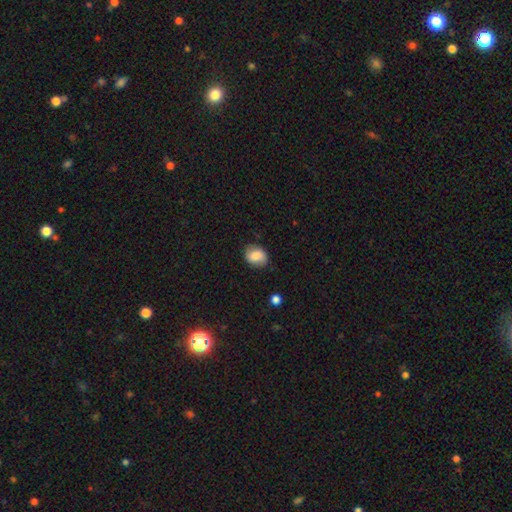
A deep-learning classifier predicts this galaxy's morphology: A smooth galaxy with no disk features (77%) that is round (50%).

Vote fractions:
- Smooth or featured? smooth: 77% / featured or disk: 15% / star or artifact: 8%
- How rounded? round: 50% / in between: 49% / cigar-shaped: 1%
- Merging? none: 78% / minor disturbance: 17% / major disturbance: 4% / merger: 1%